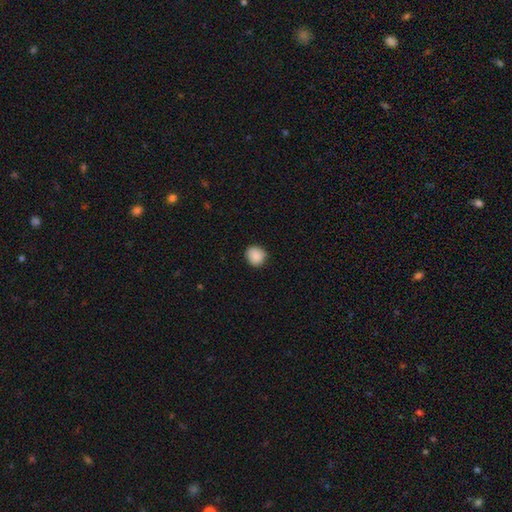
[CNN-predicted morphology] The model was most divided on "how rounded": round: 81%, in between: 18%, cigar-shaped: 1%. More confident: smooth or featured — smooth (88%); merging — none (83%).